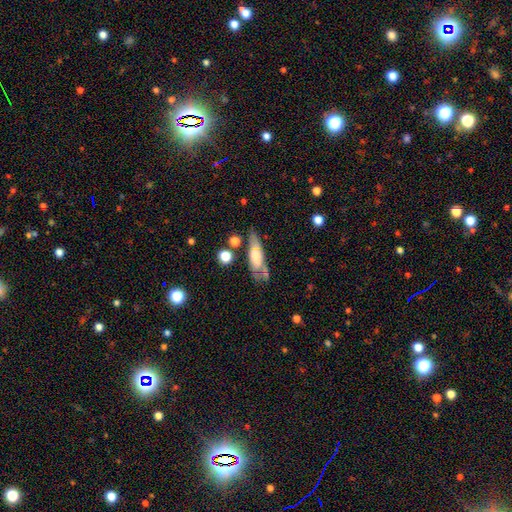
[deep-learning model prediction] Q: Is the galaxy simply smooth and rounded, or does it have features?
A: smooth — 54%.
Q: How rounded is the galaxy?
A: in between — 54%.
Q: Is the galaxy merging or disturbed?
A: none — 51%.